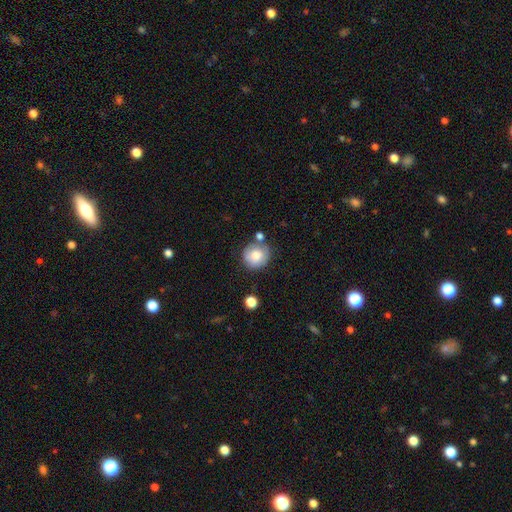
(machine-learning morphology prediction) Overall: smooth (75%). How rounded: round (86%). Merging: none (67%).